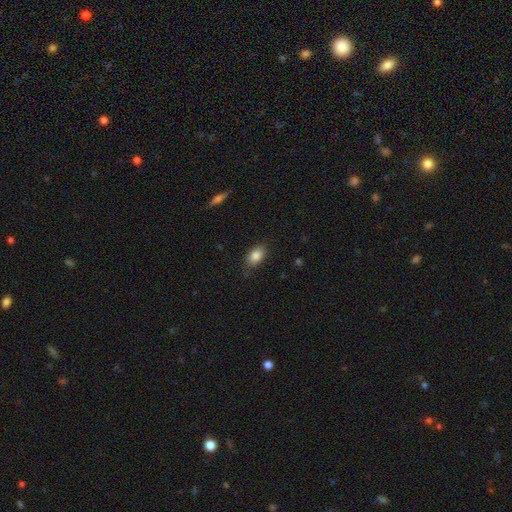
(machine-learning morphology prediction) smooth 84%, star or artifact 8%, featured or disk 8%. Down the decision tree: how rounded — in between (85%); merging — none (82%).